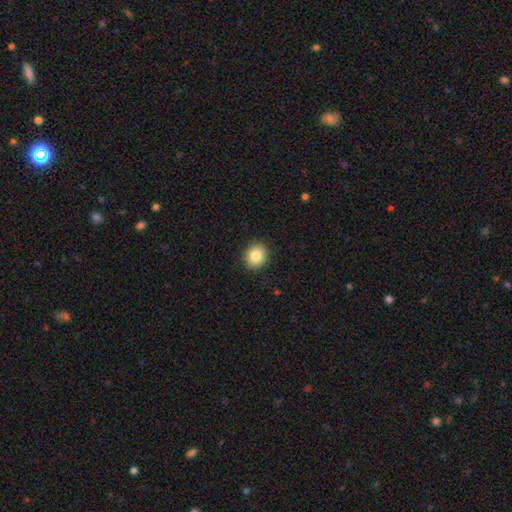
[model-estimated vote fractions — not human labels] Morphology: type=smooth (83%); roundness=round (83%); merging=none (92%).